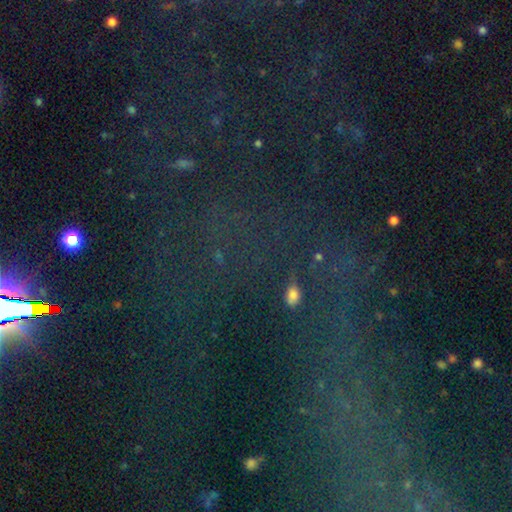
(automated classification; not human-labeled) This is likely a star or artifact rather than a galaxy (72%).